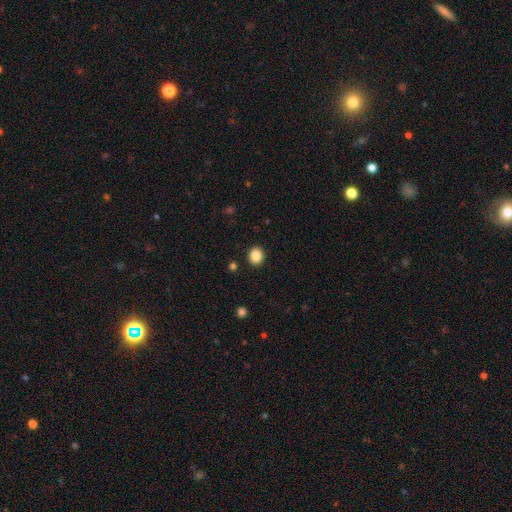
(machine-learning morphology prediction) Smooth or featured: smooth — 86% (star or artifact — 10%)
How rounded: round — 83% (in between — 16%)
Merging: none — 92% (minor disturbance — 5%)